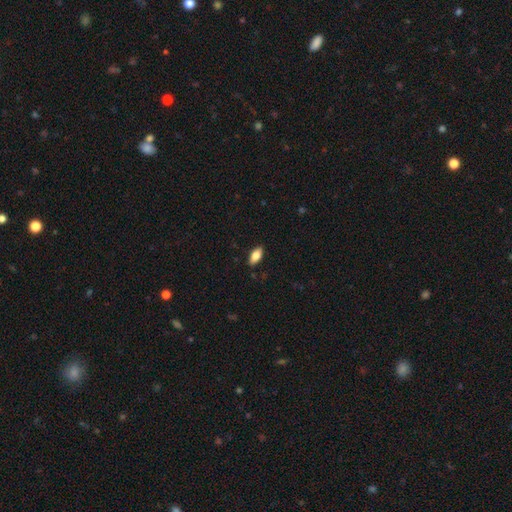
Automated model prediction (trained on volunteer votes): The model was most divided on "smooth or featured": smooth: 80%, featured or disk: 14%, star or artifact: 7%. More confident: how rounded — in between (90%); merging — none (88%).